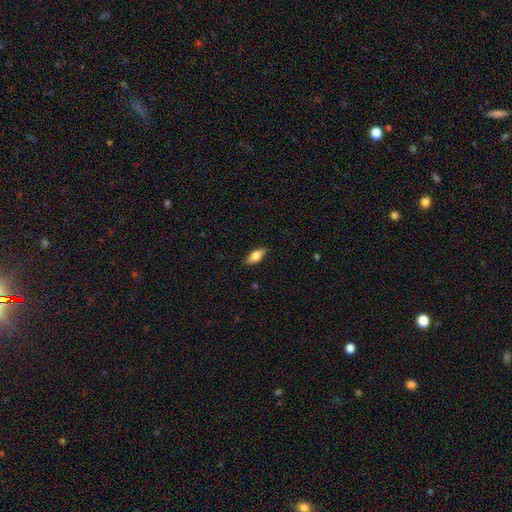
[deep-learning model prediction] smooth_or_featured: smooth (p=0.73) [alt: featured or disk p=0.20]
how_rounded: in between (p=0.79) [alt: cigar-shaped p=0.18]
merging: none (p=0.86) [alt: minor disturbance p=0.11]